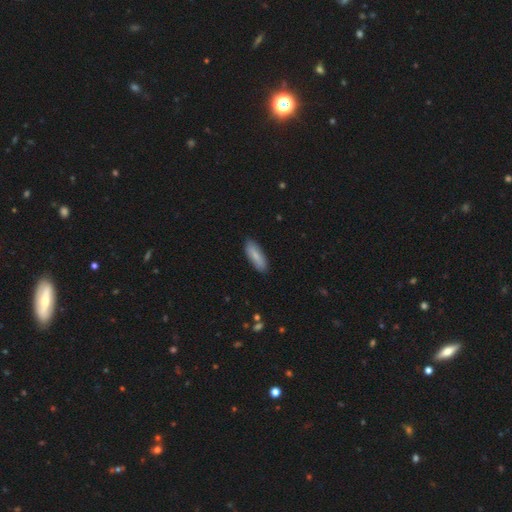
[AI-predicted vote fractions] smooth 78%, featured or disk 16%, star or artifact 6%. Down the decision tree: how rounded — in between (62%); merging — none (87%).